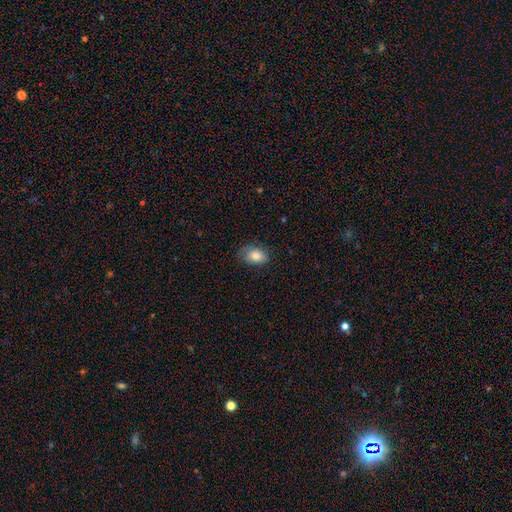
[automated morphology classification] A smooth galaxy with no disk features (79%) that is in between round and cigar-shaped (82%).

Vote fractions:
- Smooth or featured? smooth: 79% / featured or disk: 13% / star or artifact: 8%
- How rounded? in between: 82% / round: 17% / cigar-shaped: 1%
- Merging? none: 69% / minor disturbance: 23% / major disturbance: 7% / merger: 1%